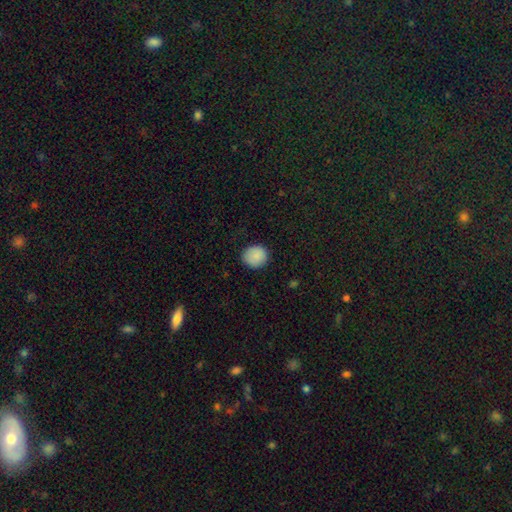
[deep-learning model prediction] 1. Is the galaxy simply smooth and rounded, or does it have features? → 88% smooth, 8% star or artifact, 4% featured or disk.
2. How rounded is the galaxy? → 87% round, 13% in between, 1% cigar-shaped.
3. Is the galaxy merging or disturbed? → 87% none, 10% minor disturbance, 2% major disturbance, 1% merger.